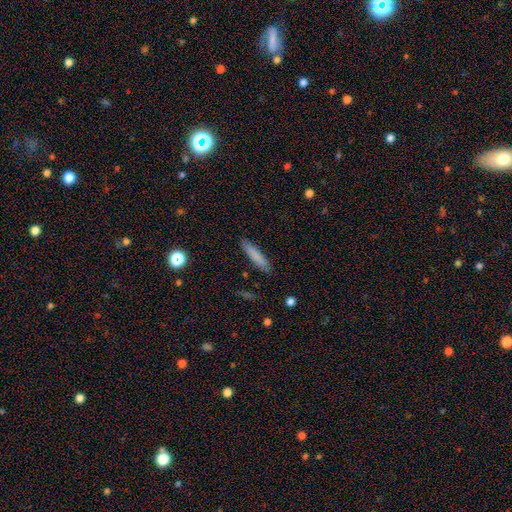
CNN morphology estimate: smooth 81%, featured or disk 12%, star or artifact 7%. Down the decision tree: how rounded — cigar-shaped (87%); merging — none (87%).